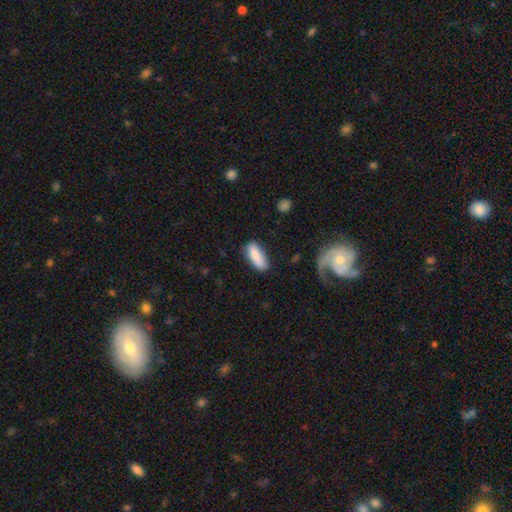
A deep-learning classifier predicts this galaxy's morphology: The model was most divided on "merging": none: 70%, minor disturbance: 21%, major disturbance: 6%, merger: 3%. More confident: smooth or featured — smooth (82%); how rounded — in between (74%).